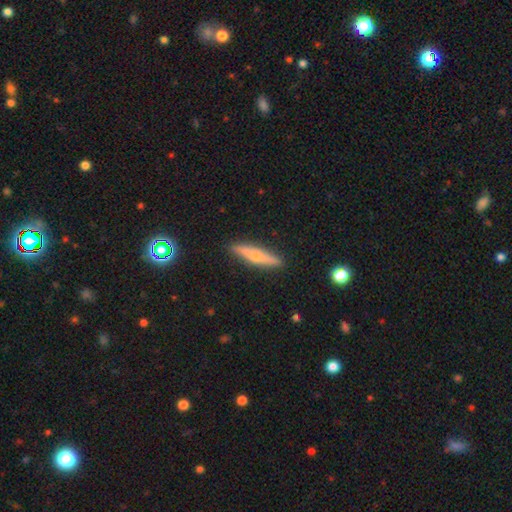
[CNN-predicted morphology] A smooth galaxy with no disk features (48%).

Vote fractions:
- Smooth or featured? smooth: 48% / featured or disk: 45% / star or artifact: 7%
- Merging? none: 89% / minor disturbance: 8% / major disturbance: 2% / merger: 1%